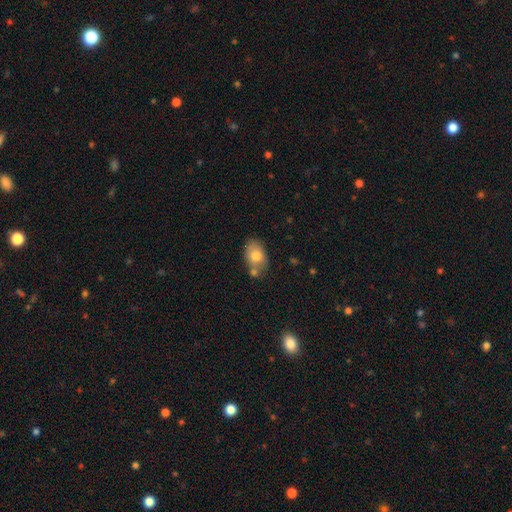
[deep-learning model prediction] Smooth or featured? Predicted: smooth (p=0.76). How rounded? Predicted: in between (p=0.83). Merging? Predicted: none (p=0.58).